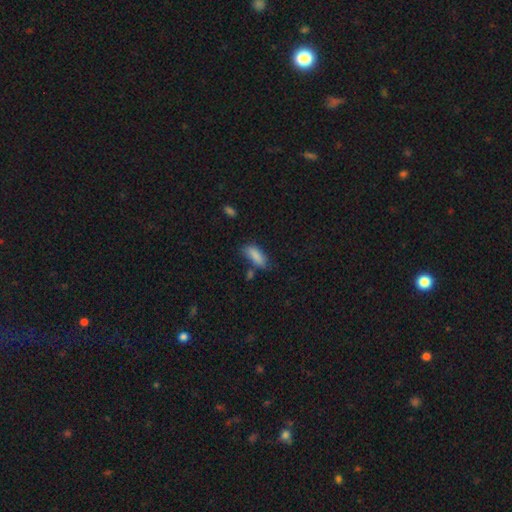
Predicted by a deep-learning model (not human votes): A smooth galaxy with no disk features (84%) that is in between round and cigar-shaped (73%). Merging: none (55%).